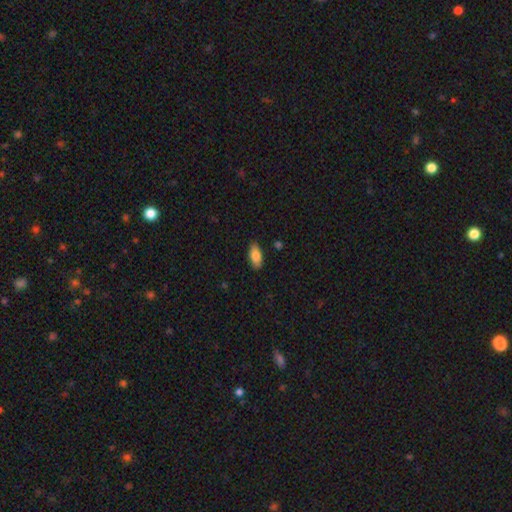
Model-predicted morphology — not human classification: smooth-or-featured: smooth: 83% | featured or disk: 10% | star or artifact: 7%
  how-rounded: in between: 88% | cigar-shaped: 10% | round: 2%
  merging: none: 86% | minor disturbance: 10% | major disturbance: 2% | merger: 1%